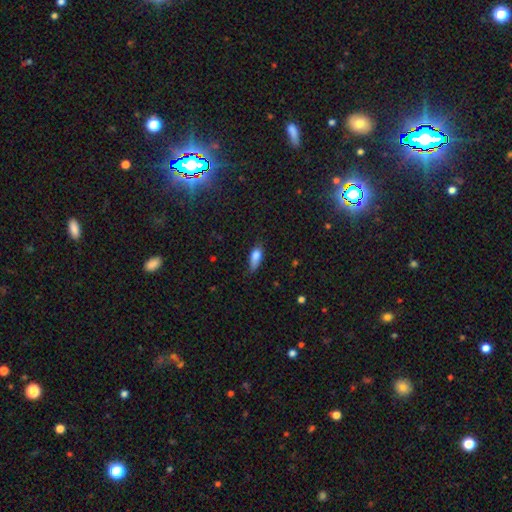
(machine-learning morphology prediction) type=smooth (77%); roundness=in between (72%); merging=none (61%).